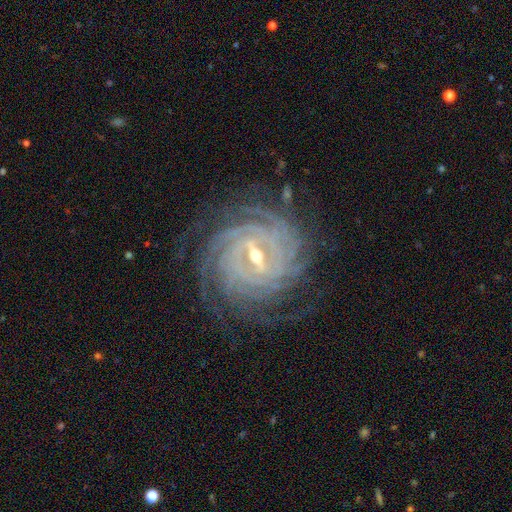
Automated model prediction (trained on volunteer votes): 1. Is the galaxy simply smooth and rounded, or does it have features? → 92% featured or disk, 5% star or artifact, 3% smooth.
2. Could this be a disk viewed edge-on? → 97% no, 3% yes.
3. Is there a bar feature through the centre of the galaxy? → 53% strong, 37% weak, 10% no.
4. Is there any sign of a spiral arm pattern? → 99% yes, 1% no.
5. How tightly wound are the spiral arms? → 88% tight, 11% medium, 2% loose.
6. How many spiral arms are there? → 32% more than 4, 26% 4, 15% can't tell, 11% 3, 8% 2, 7% 1.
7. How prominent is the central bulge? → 56% small, 41% moderate, 1% large, 1% none, 1% dominant.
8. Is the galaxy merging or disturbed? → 82% none, 12% minor disturbance, 5% major disturbance, 1% merger.